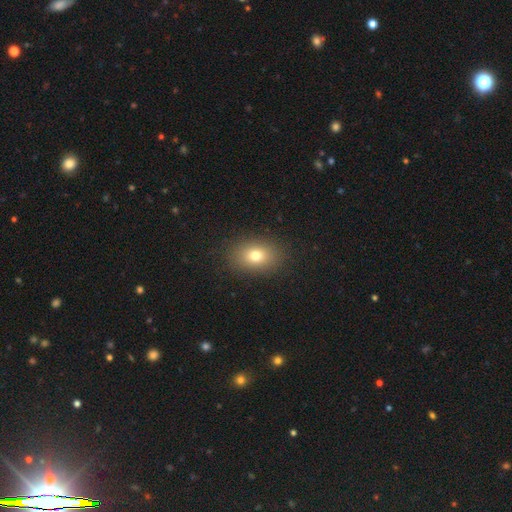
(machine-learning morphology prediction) This is likely a smooth galaxy (77%). How rounded: likely in between (71%). Merging: clearly none (88%).